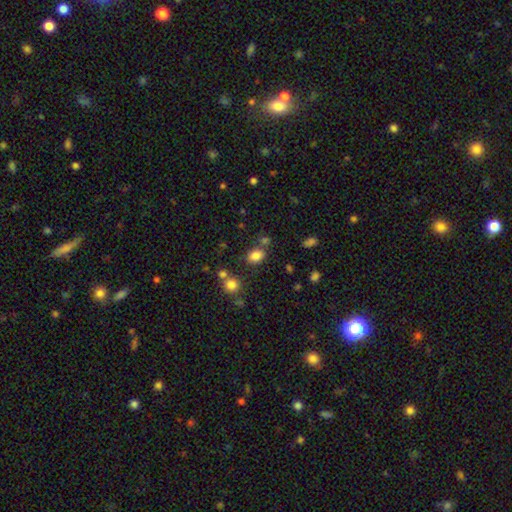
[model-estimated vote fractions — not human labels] smooth-or-featured: smooth: 83% | star or artifact: 11% | featured or disk: 6%
  how-rounded: in between: 69% | round: 30% | cigar-shaped: 1%
  merging: none: 73% | minor disturbance: 12% | merger: 11% | major disturbance: 4%